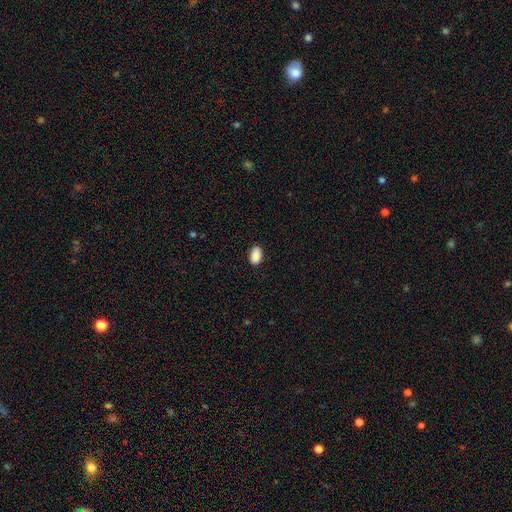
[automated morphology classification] Q: Smooth or featured?
A: smooth (90%); runner-up: star or artifact (7%)
Q: How rounded?
A: in between (92%); runner-up: round (7%)
Q: Merging?
A: none (86%); runner-up: minor disturbance (11%)